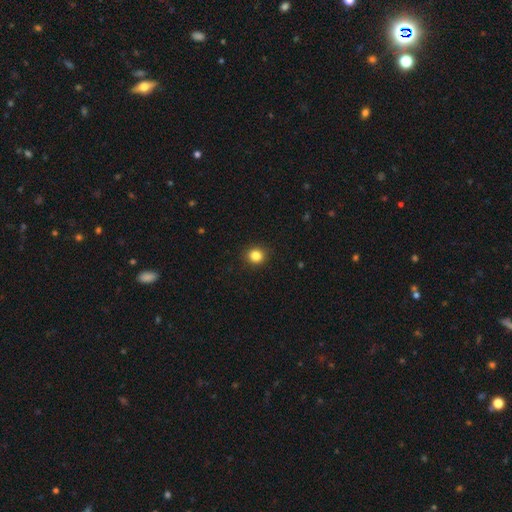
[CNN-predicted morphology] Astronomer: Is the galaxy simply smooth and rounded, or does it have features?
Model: smooth — 84%.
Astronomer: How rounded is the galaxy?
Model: round — 87%.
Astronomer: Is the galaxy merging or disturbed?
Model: none — 91%.